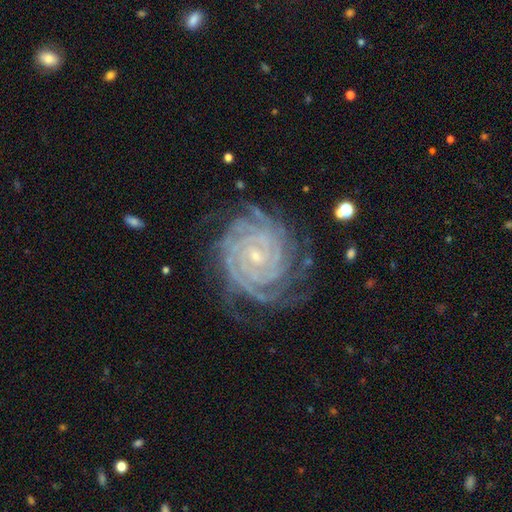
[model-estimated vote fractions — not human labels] smooth-or-featured: featured or disk: 91% | star or artifact: 6% | smooth: 3%
  disk-edge-on: no: 98% | yes: 2%
    bar: no: 65% | weak: 23% | strong: 12%
    has-spiral-arms: yes: 99% | no: 1%
      spiral-winding: tight: 89% | medium: 10% | loose: 1%
      spiral-arm-count: 4: 26% | more than 4: 18% | 3: 17% | can't tell: 16% | 2: 14% | 1: 8%
    bulge-size: small: 82% | moderate: 14% | none: 2% | large: 1% | dominant: 1%
  merging: none: 74% | minor disturbance: 18% | major disturbance: 7% | merger: 1%